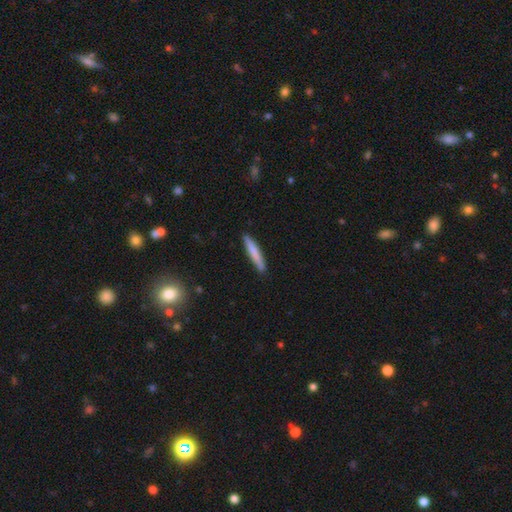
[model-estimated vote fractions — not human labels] The model was most divided on "smooth or featured": smooth: 73%, featured or disk: 21%, star or artifact: 6%. More confident: how rounded — cigar-shaped (95%); merging — none (90%).